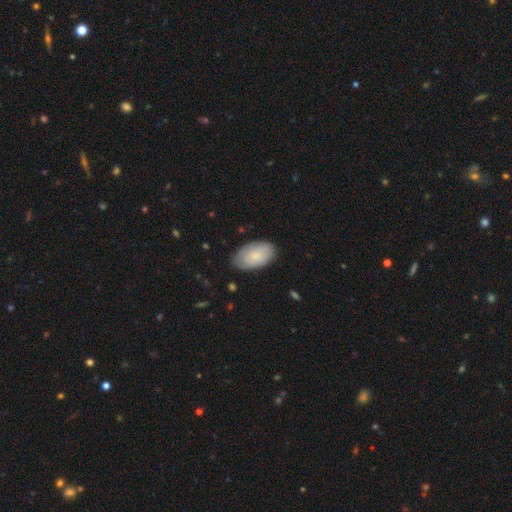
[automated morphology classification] Overall: smooth (79%). How rounded: in between (94%). Merging: none (80%).